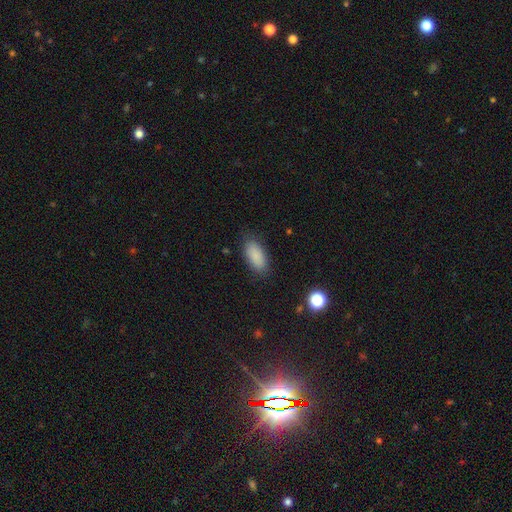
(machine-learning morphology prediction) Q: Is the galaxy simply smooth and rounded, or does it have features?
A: smooth — 88%.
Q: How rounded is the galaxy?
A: in between — 89%.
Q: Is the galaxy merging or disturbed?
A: none — 83%.